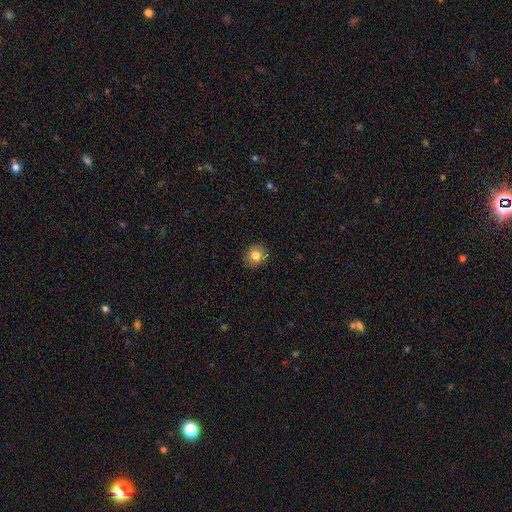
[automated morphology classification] smooth-or-featured: smooth: 81% | star or artifact: 10% | featured or disk: 9%
  how-rounded: round: 84% | in between: 15% | cigar-shaped: 1%
  merging: none: 91% | minor disturbance: 7% | major disturbance: 2% | merger: 1%